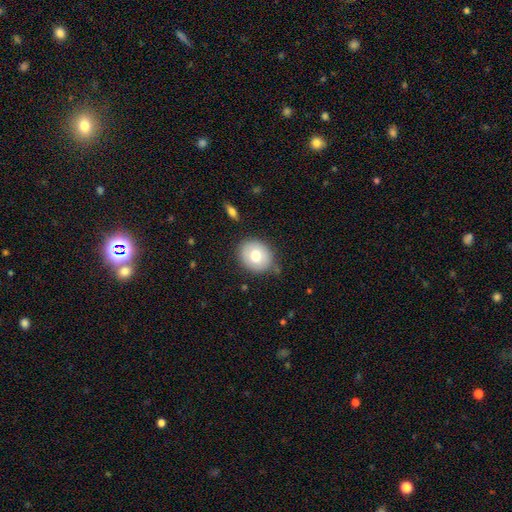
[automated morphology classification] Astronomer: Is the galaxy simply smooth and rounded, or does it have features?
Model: smooth — 74%.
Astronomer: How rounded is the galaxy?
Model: round — 70%.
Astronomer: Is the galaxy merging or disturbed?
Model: none — 78%.